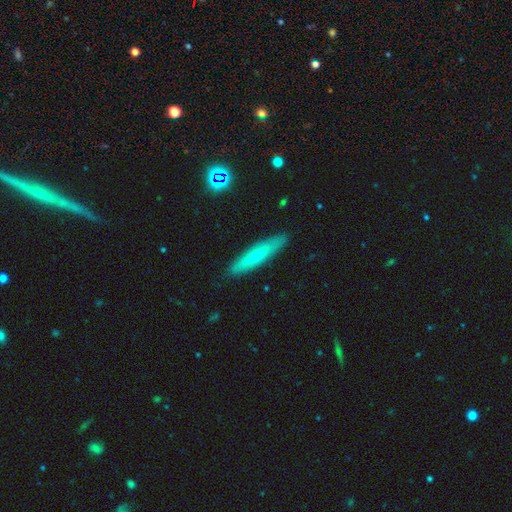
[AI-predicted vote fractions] A smooth galaxy with no disk features (50%).

Vote fractions:
- Smooth or featured? smooth: 50% / featured or disk: 43% / star or artifact: 7%
- Merging? none: 87% / minor disturbance: 10% / major disturbance: 2% / merger: 1%